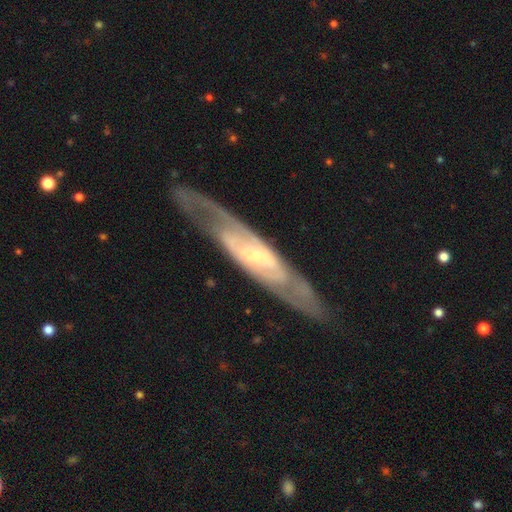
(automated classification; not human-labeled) Smooth or featured: featured or disk — 82% (smooth — 13%)
Edge-on disk: no — 67% (yes — 33%)
Bar: weak — 38% (strong — 36%)
Spiral arms: yes — 85% (no — 15%)
Bulge size: small — 64% (moderate — 23%)
Merging: none — 78% (minor disturbance — 14%)